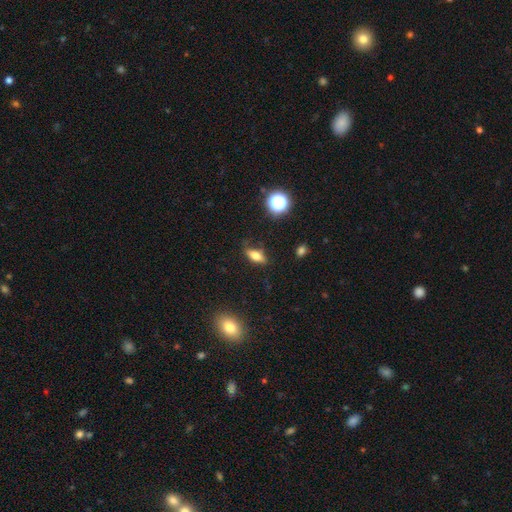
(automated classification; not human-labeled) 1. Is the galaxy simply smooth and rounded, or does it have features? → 64% smooth, 24% featured or disk, 12% star or artifact.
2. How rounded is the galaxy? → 69% in between, 24% cigar-shaped, 7% round.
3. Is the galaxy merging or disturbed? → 78% none, 16% minor disturbance, 4% major disturbance, 2% merger.